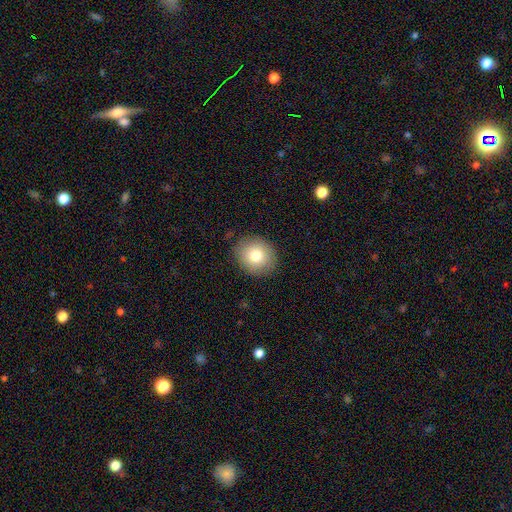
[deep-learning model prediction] A smooth galaxy with no disk features (79%) that is round (72%). Merging: none (87%).